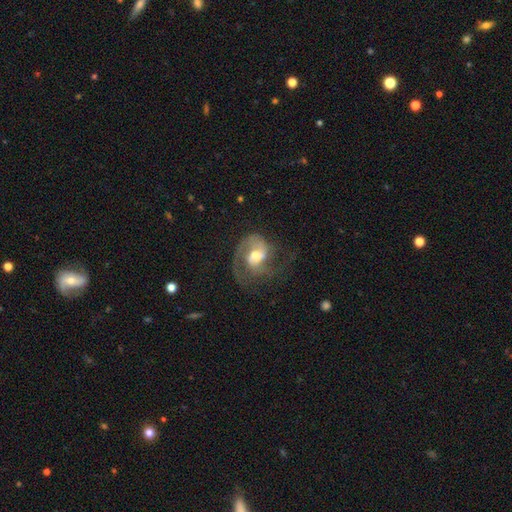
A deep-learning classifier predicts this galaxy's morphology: Smooth or featured: featured or disk — 79% (smooth — 15%)
Edge-on disk: no — 98% (yes — 2%)
Bar: weak — 47% (no — 41%)
Spiral arms: yes — 92% (no — 8%)
Spiral winding: medium — 48% (loose — 28%)
Spiral arm count: 2 — 41% (1 — 37%)
Bulge size: moderate — 60% (large — 19%)
Merging: none — 45% (major disturbance — 33%)